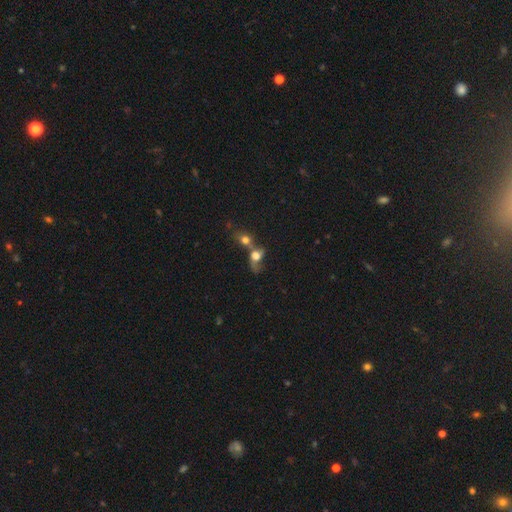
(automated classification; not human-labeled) Smooth or featured? Predicted: smooth (p=0.62). How rounded? Predicted: in between (p=0.54). Merging? Predicted: merger (p=0.67).